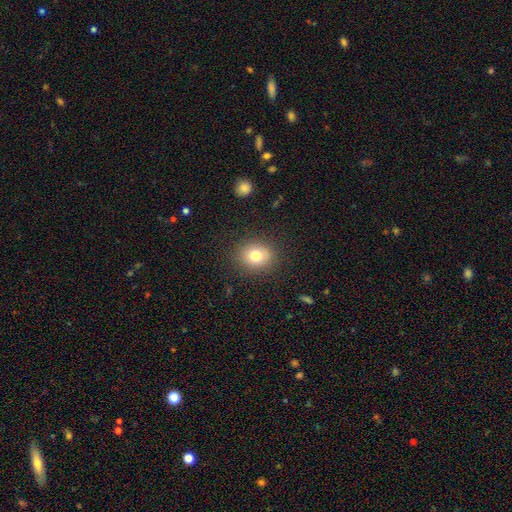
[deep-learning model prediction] Smooth or featured? smooth (77%)
How rounded? round (75%)
Merging? none (87%)